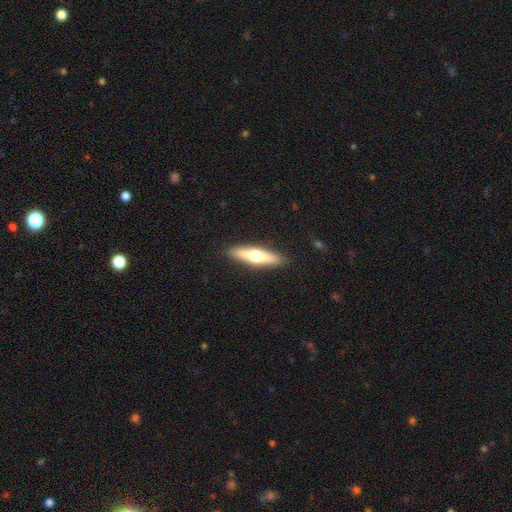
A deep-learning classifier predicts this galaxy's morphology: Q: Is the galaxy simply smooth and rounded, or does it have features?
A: smooth — 48%.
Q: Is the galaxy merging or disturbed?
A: none — 90%.